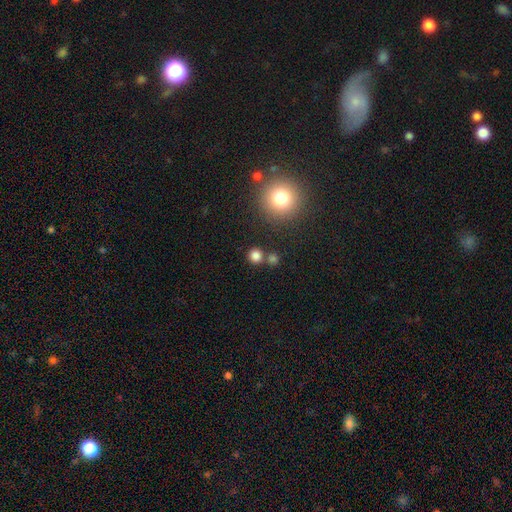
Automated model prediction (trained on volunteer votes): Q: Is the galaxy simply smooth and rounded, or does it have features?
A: smooth — 80%.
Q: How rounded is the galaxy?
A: round — 91%.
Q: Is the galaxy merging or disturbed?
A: none — 75%.